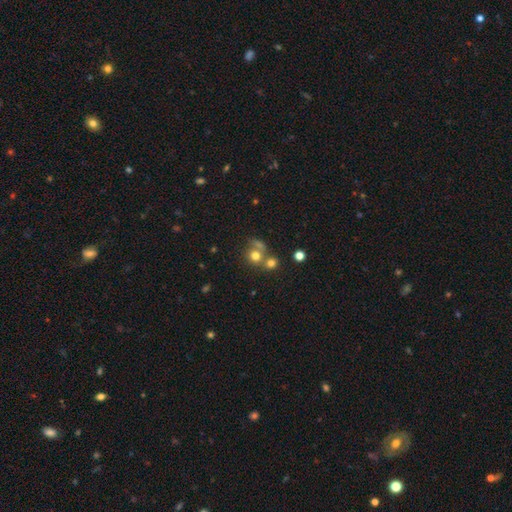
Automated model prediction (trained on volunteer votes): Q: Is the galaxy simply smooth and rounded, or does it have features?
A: smooth — 71%.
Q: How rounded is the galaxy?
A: round — 84%.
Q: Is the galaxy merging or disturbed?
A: none — 46%.